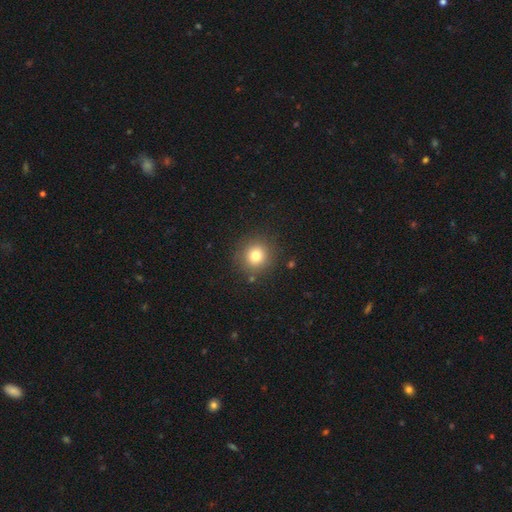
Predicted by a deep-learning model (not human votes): This appears to be a smooth galaxy with no disk features (79%) that is round (92%). Merging: none (87%).